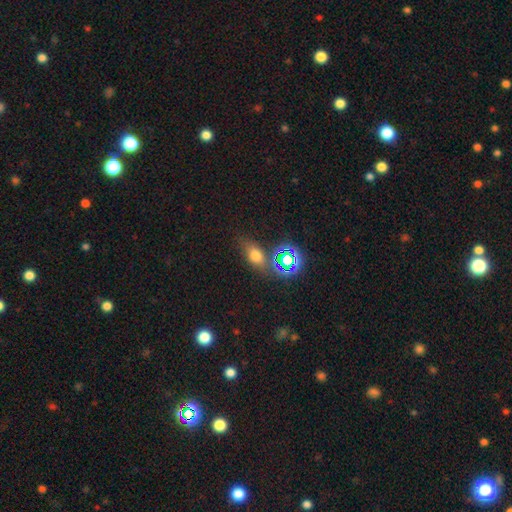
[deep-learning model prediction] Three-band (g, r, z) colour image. It shows a smooth galaxy with no disk features (62%) that is in between round and cigar-shaped (70%). Merging: none (71%).